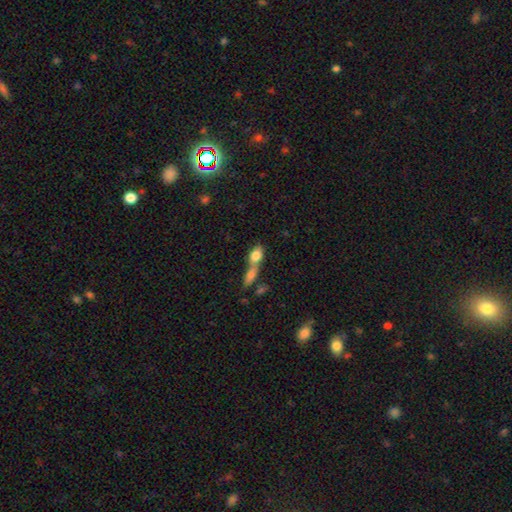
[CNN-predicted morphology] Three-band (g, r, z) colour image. It shows a smooth galaxy with no disk features (77%) that is in between round and cigar-shaped (72%). Merging: merger (66%).